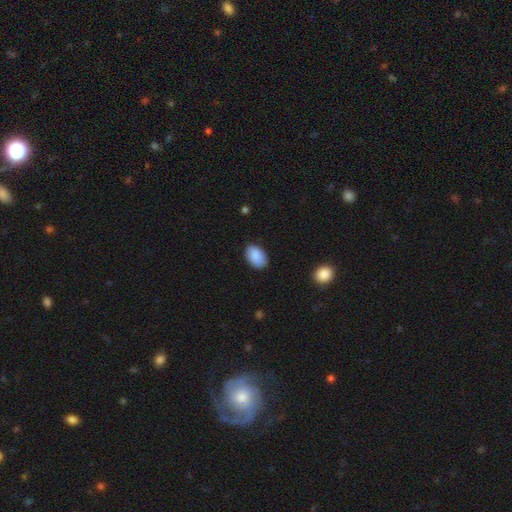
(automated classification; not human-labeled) Smooth or featured? Predicted: smooth (p=0.88). How rounded? Predicted: in between (p=0.90). Merging? Predicted: none (p=0.84).